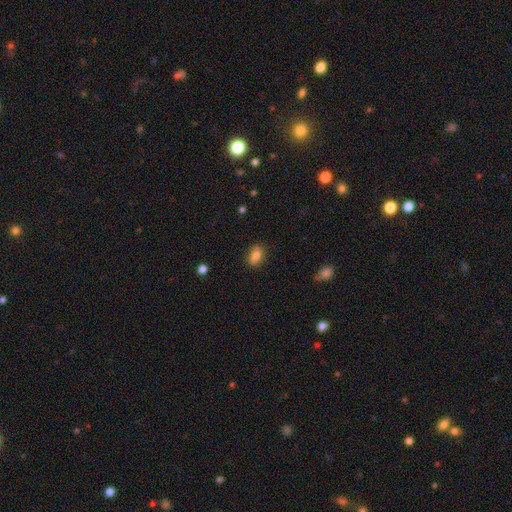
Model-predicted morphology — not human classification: smooth 76%, featured or disk 15%, star or artifact 9%. Down the decision tree: how rounded — in between (80%); merging — none (81%).